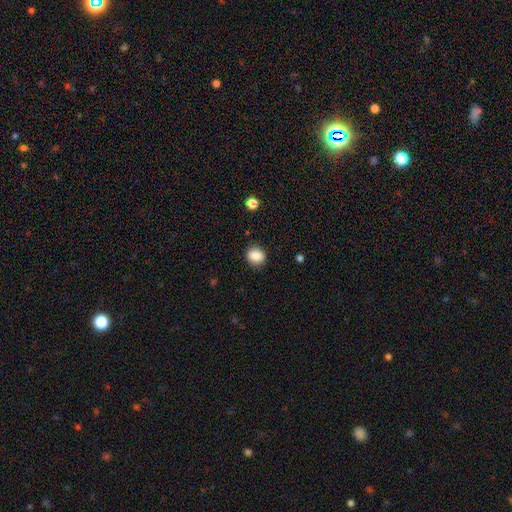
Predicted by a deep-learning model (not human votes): A smooth galaxy with no disk features (86%) that is round (62%). Merging: none (87%).